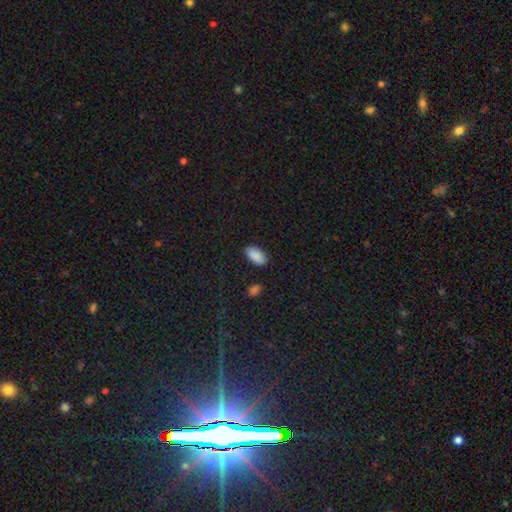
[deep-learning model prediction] Morphology: type=smooth (89%); roundness=in between (95%); merging=none (87%).